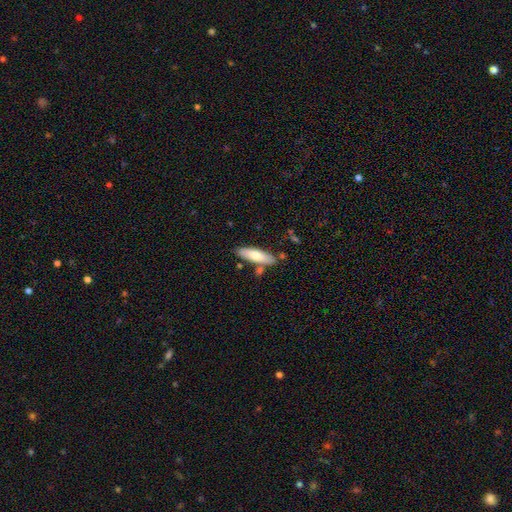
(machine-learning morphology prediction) This appears to be a smooth galaxy with no disk features (69%) that is cigar-shaped (56%). Merging: none (77%).